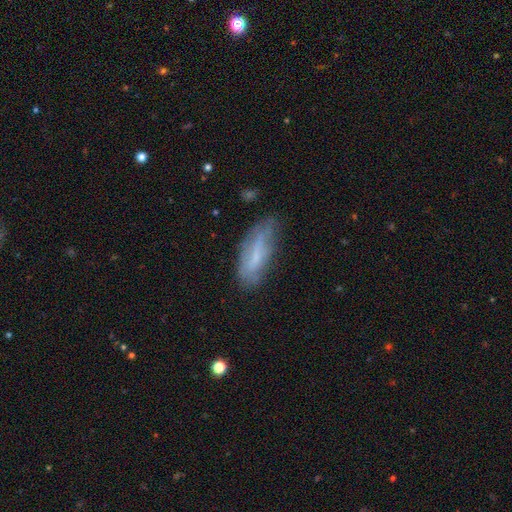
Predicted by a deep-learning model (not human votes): smooth 53%, featured or disk 38%, star or artifact 9%. Down the decision tree: how rounded — in between (56%); merging — none (63%).